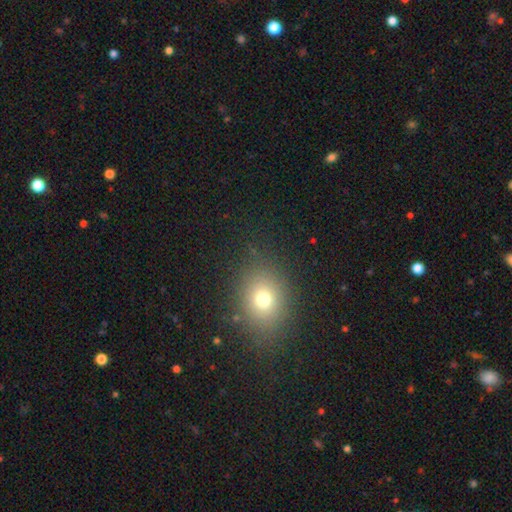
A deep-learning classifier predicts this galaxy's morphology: This is likely a smooth galaxy (67%). How rounded: possibly in between (52%). Merging: clearly none (88%).